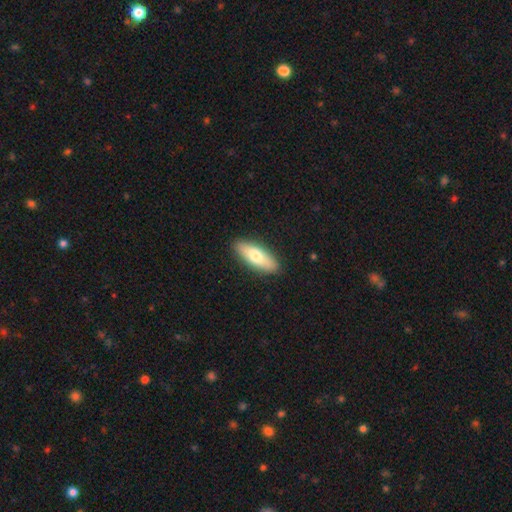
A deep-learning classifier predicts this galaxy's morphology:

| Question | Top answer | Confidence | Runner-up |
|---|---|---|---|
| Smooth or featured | smooth | 69% | featured or disk (26%) |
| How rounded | in between | 66% | cigar-shaped (31%) |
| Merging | none | 89% | minor disturbance (8%) |